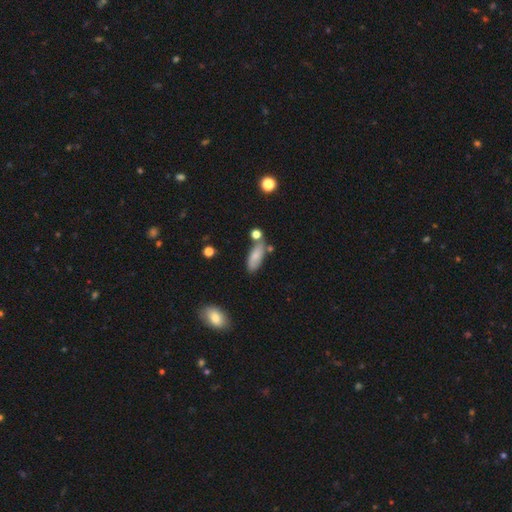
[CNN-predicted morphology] smooth-or-featured: smooth: 76% | featured or disk: 16% | star or artifact: 8%
  how-rounded: in between: 70% | cigar-shaped: 27% | round: 3%
  merging: none: 65% | minor disturbance: 19% | merger: 12% | major disturbance: 5%